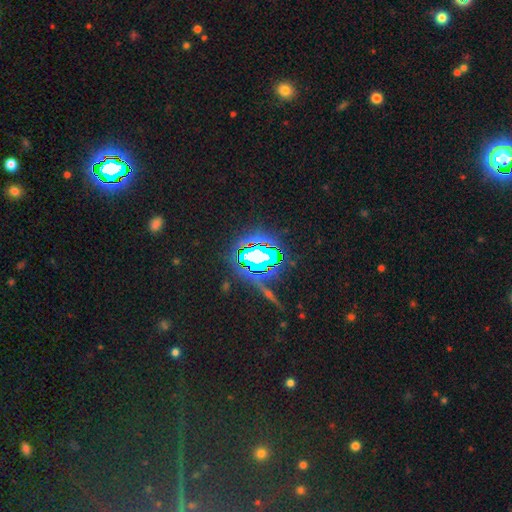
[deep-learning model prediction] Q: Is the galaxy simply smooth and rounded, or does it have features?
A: star or artifact — 71%.